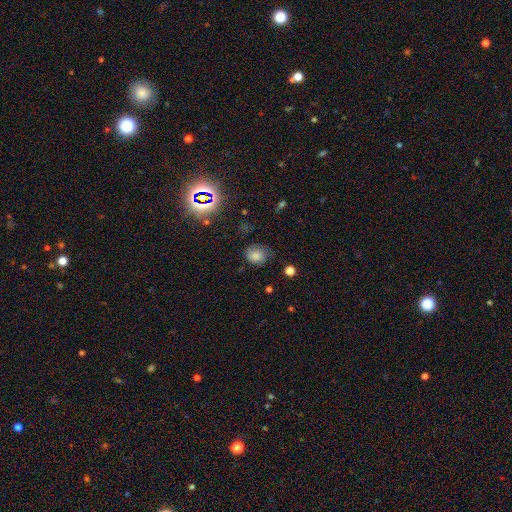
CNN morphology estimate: Smooth or featured?
  - smooth: 75% *
  - star or artifact: 16%
  - featured or disk: 9%
How rounded?
  - round: 59% *
  - in between: 40%
  - cigar-shaped: 1%
Merging?
  - none: 67% *
  - minor disturbance: 24%
  - major disturbance: 7%
  - merger: 2%